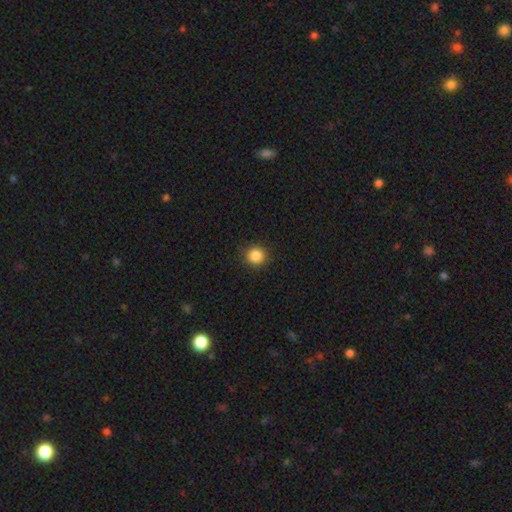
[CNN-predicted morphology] smooth 86%, star or artifact 10%, featured or disk 4%. Down the decision tree: how rounded — round (93%); merging — none (91%).